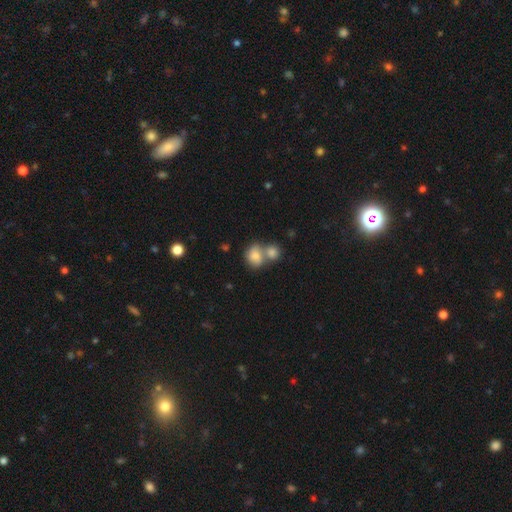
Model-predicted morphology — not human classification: Q: Smooth or featured?
A: smooth (78%); runner-up: featured or disk (13%)
Q: How rounded?
A: round (60%); runner-up: in between (39%)
Q: Merging?
A: merger (58%); runner-up: none (29%)